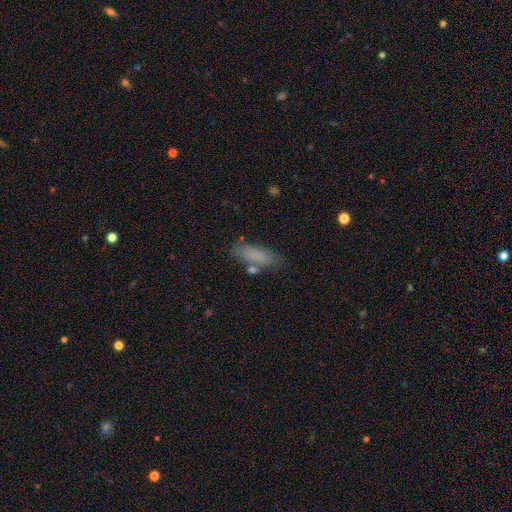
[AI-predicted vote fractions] Smooth or featured: smooth — 80% (featured or disk — 11%)
How rounded: in between — 69% (cigar-shaped — 29%)
Merging: none — 69% (minor disturbance — 18%)